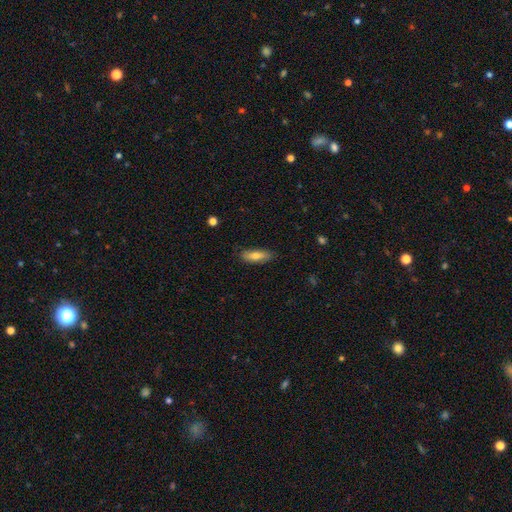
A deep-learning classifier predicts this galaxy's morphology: Overall: smooth (71%). How rounded: in between (54%; cigar-shaped 44%). Merging: none (84%).